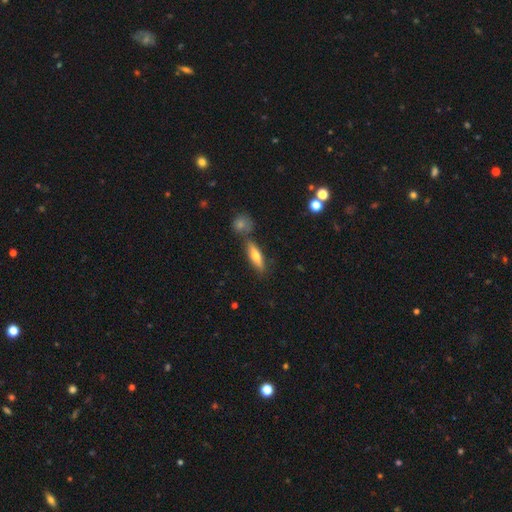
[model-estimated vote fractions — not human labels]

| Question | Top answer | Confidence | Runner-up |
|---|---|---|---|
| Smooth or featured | smooth | 62% | featured or disk (31%) |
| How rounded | cigar-shaped | 65% | in between (33%) |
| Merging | none | 73% | merger (12%) |